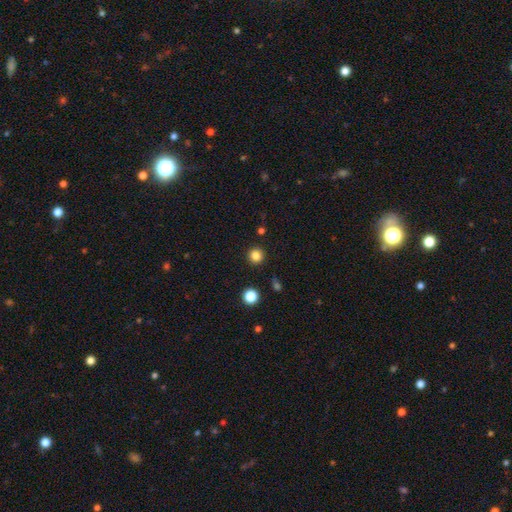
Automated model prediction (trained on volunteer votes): smooth_or_featured: smooth (p=0.83) [alt: star or artifact p=0.12]
how_rounded: round (p=0.94) [alt: in between p=0.05]
merging: none (p=0.91) [alt: minor disturbance p=0.05]